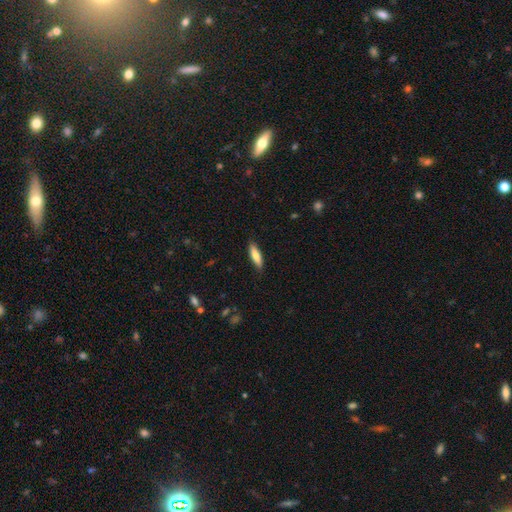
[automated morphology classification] The model was most divided on "how rounded": cigar-shaped: 59%, in between: 39%, round: 2%. More confident: merging — none (84%); smooth or featured — smooth (75%).